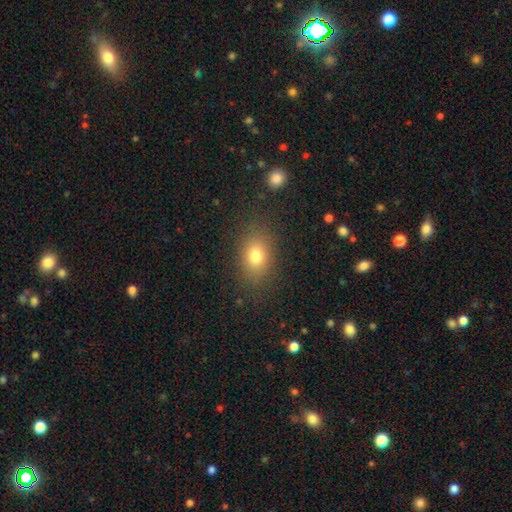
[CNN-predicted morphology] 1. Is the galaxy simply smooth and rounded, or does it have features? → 78% smooth, 12% star or artifact, 10% featured or disk.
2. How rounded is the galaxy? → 73% in between, 26% round, 2% cigar-shaped.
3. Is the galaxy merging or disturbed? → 83% none, 11% minor disturbance, 4% major disturbance, 2% merger.